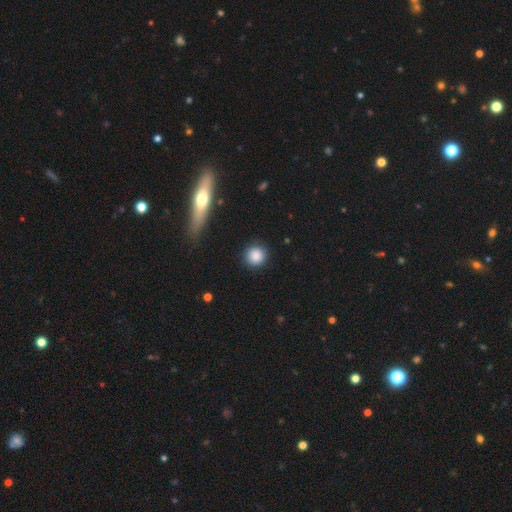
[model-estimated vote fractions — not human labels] Q: Smooth or featured?
A: smooth (85%); runner-up: star or artifact (9%)
Q: How rounded?
A: round (93%); runner-up: in between (6%)
Q: Merging?
A: none (87%); runner-up: minor disturbance (9%)